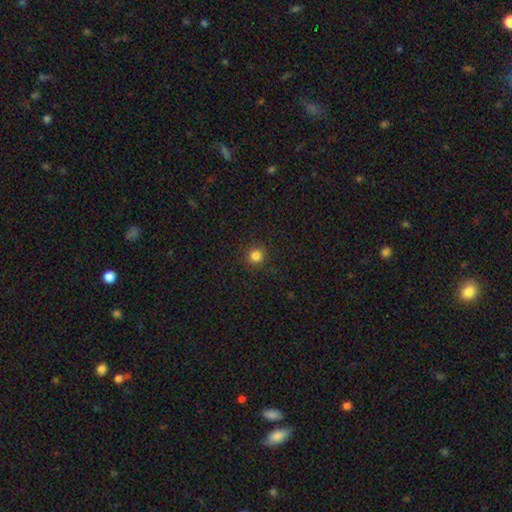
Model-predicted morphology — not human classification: This is clearly a smooth galaxy (82%). How rounded: clearly round (94%). Merging: clearly none (91%).